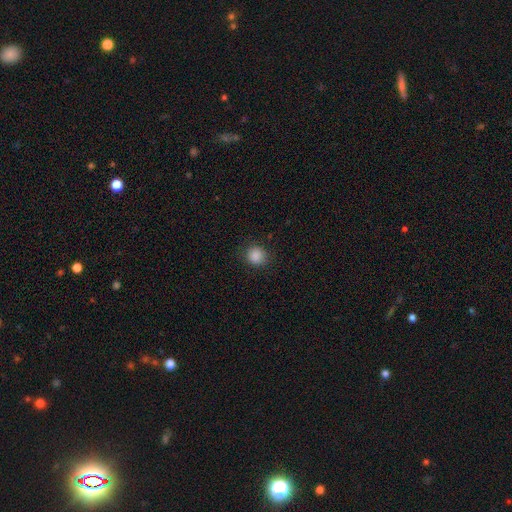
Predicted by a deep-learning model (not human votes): This appears to be a smooth galaxy with no disk features (87%) that is round (85%). Merging: none (86%).